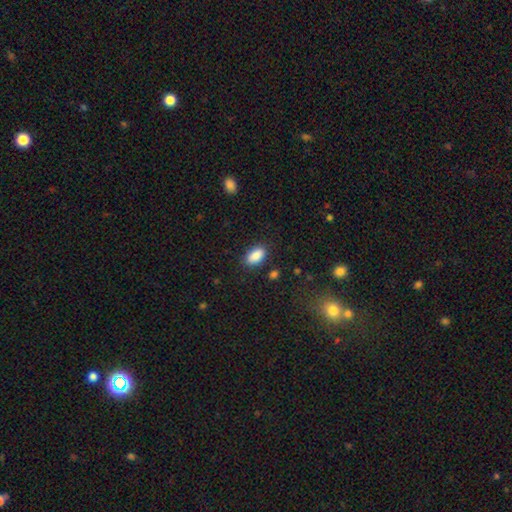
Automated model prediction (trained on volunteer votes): smooth_or_featured: smooth (p=0.88) [alt: star or artifact p=0.07]
how_rounded: in between (p=0.92) [alt: round p=0.04]
merging: none (p=0.85) [alt: minor disturbance p=0.10]